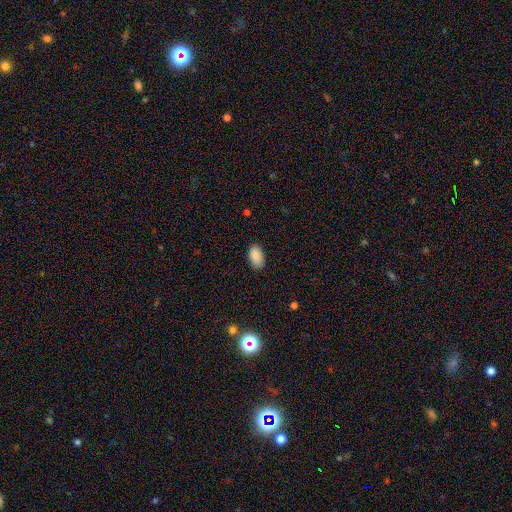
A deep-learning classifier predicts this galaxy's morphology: smooth_or_featured: smooth (p=0.89) [alt: star or artifact p=0.07]
how_rounded: in between (p=0.94) [alt: round p=0.04]
merging: none (p=0.86) [alt: minor disturbance p=0.10]